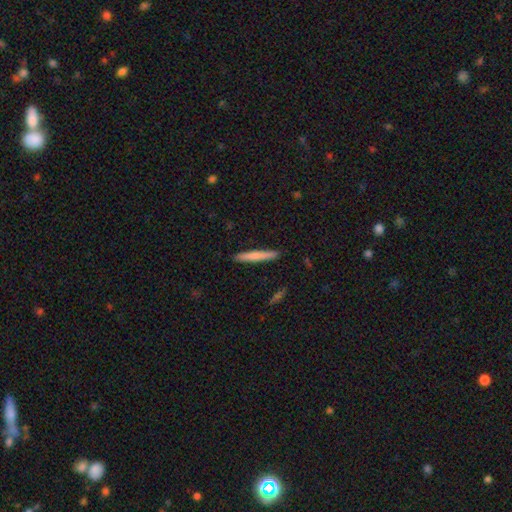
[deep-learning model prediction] This is likely a smooth galaxy (71%). How rounded: clearly cigar-shaped (96%). Merging: clearly none (91%).